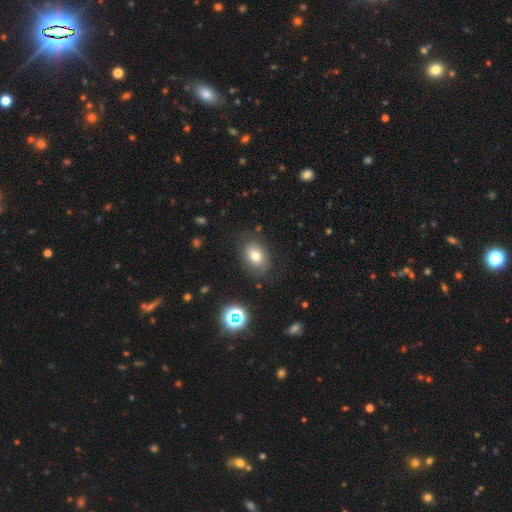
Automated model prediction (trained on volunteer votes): Smooth or featured? smooth (72%)
How rounded? in between (73%)
Merging? none (79%)